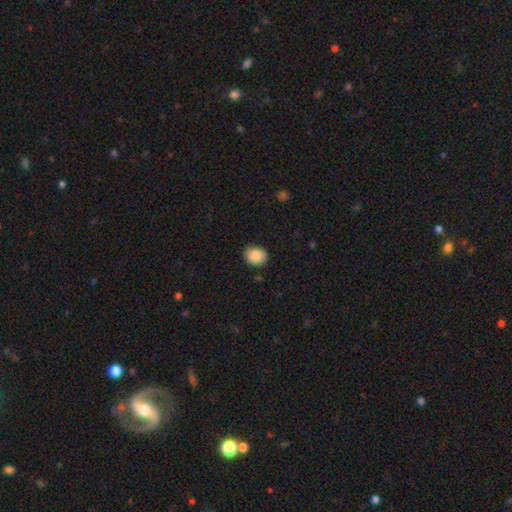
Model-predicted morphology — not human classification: This is clearly a smooth galaxy (87%). How rounded: likely round (66%). Merging: clearly none (81%).